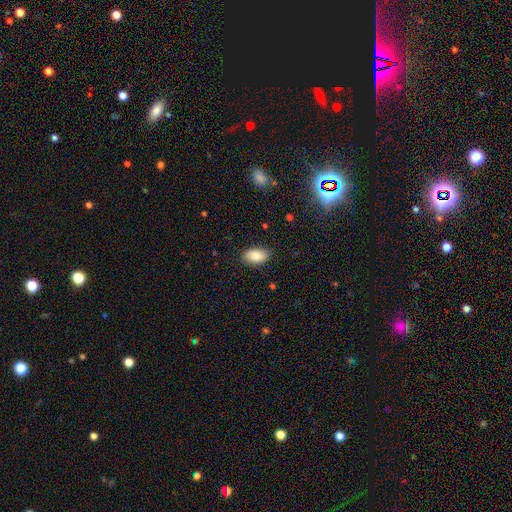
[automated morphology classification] Q: Smooth or featured?
A: smooth (84%); runner-up: featured or disk (9%)
Q: How rounded?
A: in between (93%); runner-up: round (5%)
Q: Merging?
A: none (84%); runner-up: minor disturbance (13%)